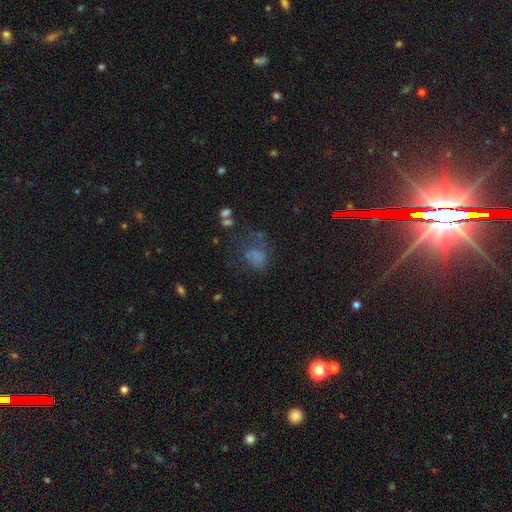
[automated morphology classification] Smooth or featured?
  - smooth: 57% *
  - featured or disk: 21%
  - star or artifact: 21%
How rounded?
  - in between: 57% *
  - round: 41%
  - cigar-shaped: 1%
Merging?
  - major disturbance: 36% *
  - none: 34%
  - minor disturbance: 22%
  - merger: 8%